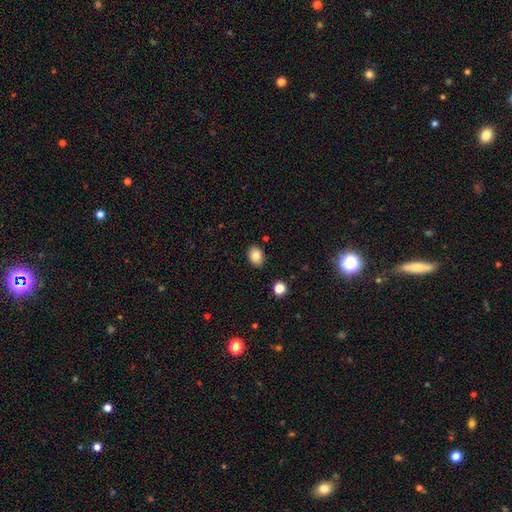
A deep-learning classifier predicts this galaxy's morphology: This appears to be a smooth galaxy with no disk features (83%) that is in between round and cigar-shaped (71%). Merging: none (88%).